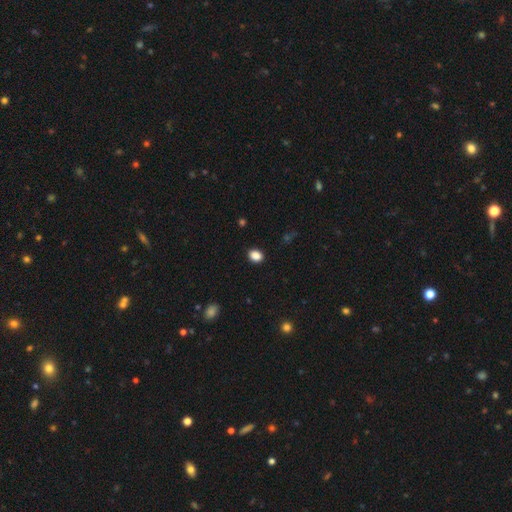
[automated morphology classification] smooth_or_featured: smooth (p=0.87) [alt: star or artifact p=0.10]
how_rounded: in between (p=0.63) [alt: round p=0.36]
merging: none (p=0.89) [alt: minor disturbance p=0.08]